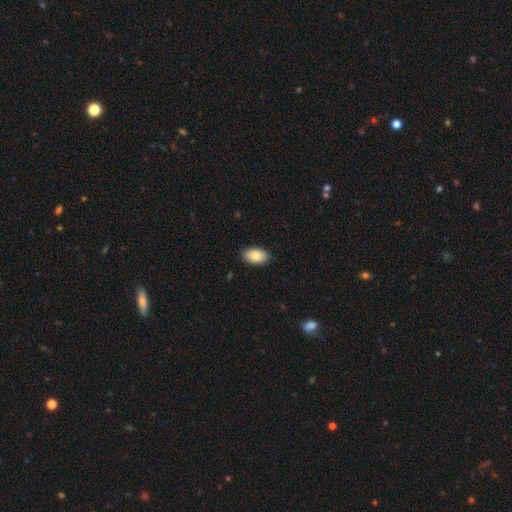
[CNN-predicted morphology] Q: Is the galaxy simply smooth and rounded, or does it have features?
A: smooth — 85%.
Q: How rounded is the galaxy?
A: in between — 94%.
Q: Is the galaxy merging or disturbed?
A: none — 89%.